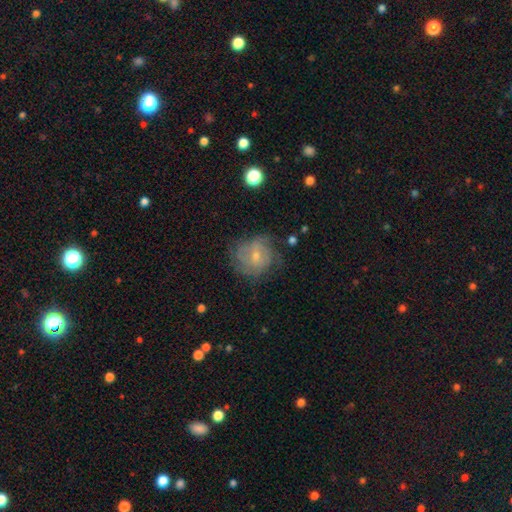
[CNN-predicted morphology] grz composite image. It shows a featured or disk galaxy (62%) with no bar (52%), spiral arms (81%) and a small central bulge (64%). Merging: none (60%).